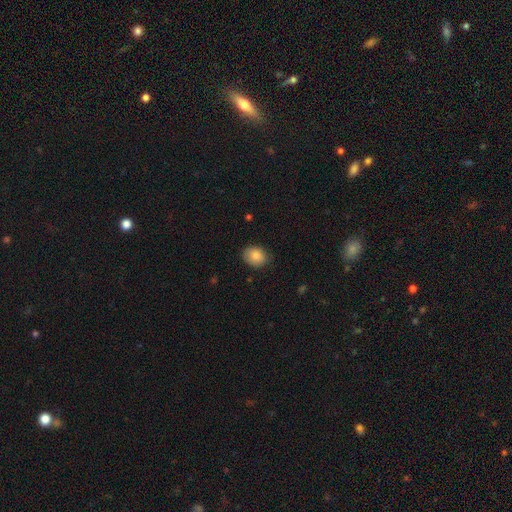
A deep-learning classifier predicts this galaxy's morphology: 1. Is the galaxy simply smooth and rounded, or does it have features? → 84% smooth, 8% star or artifact, 8% featured or disk.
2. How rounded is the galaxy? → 51% in between, 48% round, 1% cigar-shaped.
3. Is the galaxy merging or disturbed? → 77% none, 19% minor disturbance, 3% major disturbance, 1% merger.